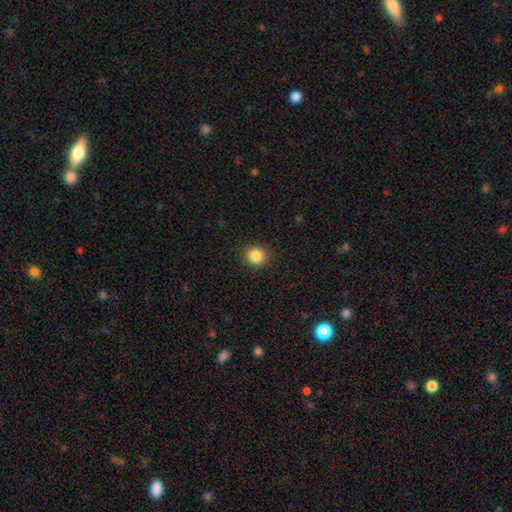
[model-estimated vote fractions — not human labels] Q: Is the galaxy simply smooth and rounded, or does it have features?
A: smooth — 86%.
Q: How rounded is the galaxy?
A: round — 91%.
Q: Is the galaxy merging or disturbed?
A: none — 91%.